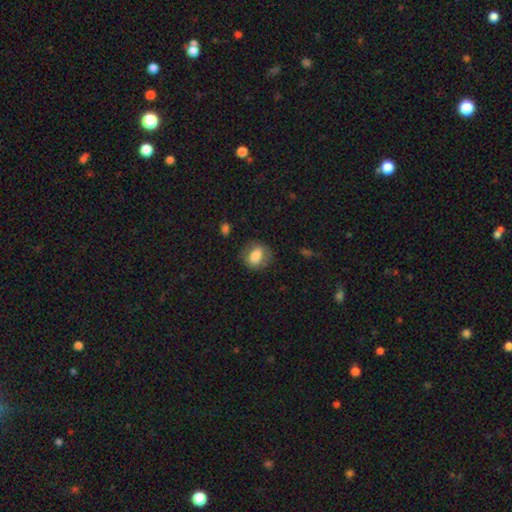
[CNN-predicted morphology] Smooth or featured?
  - smooth: 77% *
  - featured or disk: 16%
  - star or artifact: 8%
How rounded?
  - in between: 58% *
  - round: 40%
  - cigar-shaped: 2%
Merging?
  - none: 77% *
  - minor disturbance: 16%
  - major disturbance: 6%
  - merger: 1%